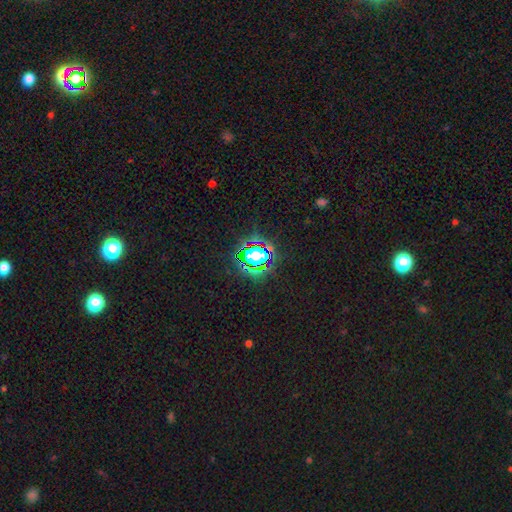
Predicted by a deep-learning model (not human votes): Smooth or featured? Predicted: star or artifact (p=0.67).